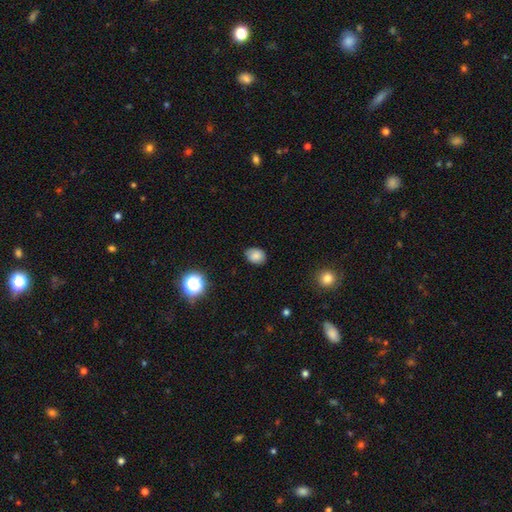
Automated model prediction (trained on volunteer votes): A smooth galaxy with no disk features (81%) that is in between round and cigar-shaped (61%).

Vote fractions:
- Smooth or featured? smooth: 81% / star or artifact: 11% / featured or disk: 7%
- How rounded? in between: 61% / round: 38% / cigar-shaped: 1%
- Merging? none: 79% / minor disturbance: 16% / major disturbance: 3% / merger: 1%